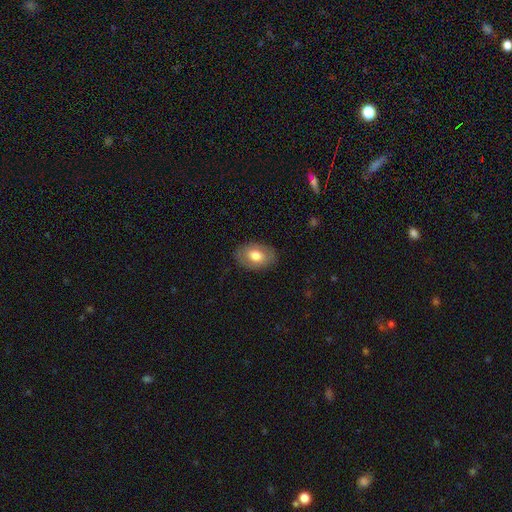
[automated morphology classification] This is likely a smooth galaxy (70%). How rounded: clearly in between (84%). Merging: clearly none (85%).